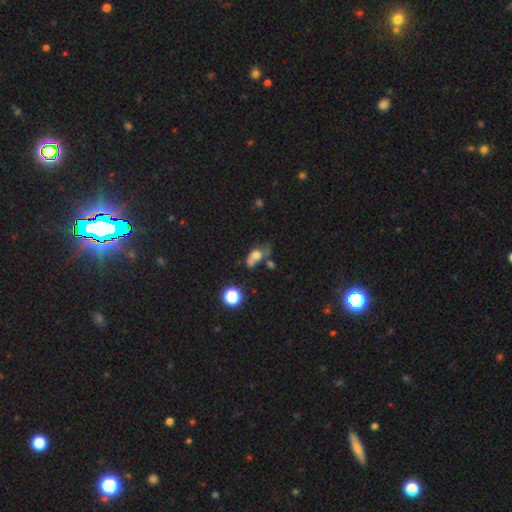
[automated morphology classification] Overall: smooth (59%; featured or disk 24%). How rounded: in between (53%; round 44%). Merging: merger (31%, tied with none).